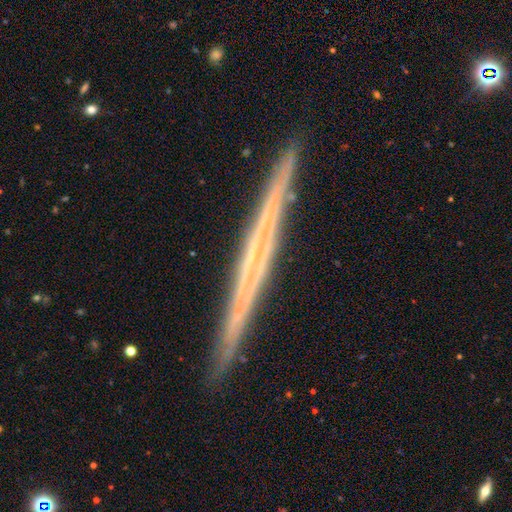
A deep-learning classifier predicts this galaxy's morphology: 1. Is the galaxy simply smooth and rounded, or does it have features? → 71% featured or disk, 22% smooth, 7% star or artifact.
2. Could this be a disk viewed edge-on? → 98% yes, 2% no.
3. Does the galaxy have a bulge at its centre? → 81% none, 13% rounded, 6% boxy.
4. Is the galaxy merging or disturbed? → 91% none, 6% minor disturbance, 1% major disturbance, 1% merger.